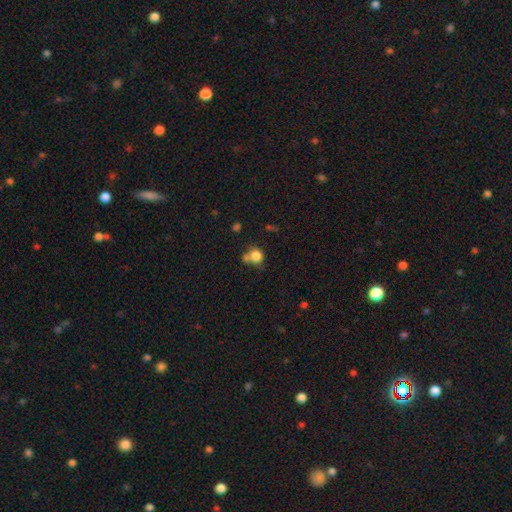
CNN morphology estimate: smooth_or_featured: smooth (p=0.82) [alt: star or artifact p=0.11]
how_rounded: round (p=0.77) [alt: in between p=0.22]
merging: none (p=0.48) [alt: merger p=0.31]